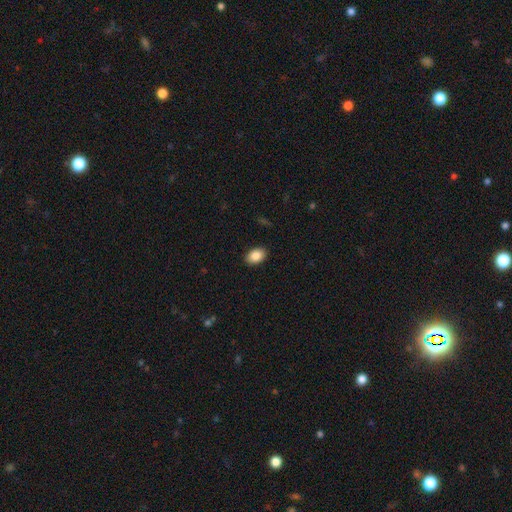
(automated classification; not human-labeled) Morphology: type=smooth (87%); roundness=in between (85%); merging=none (90%).